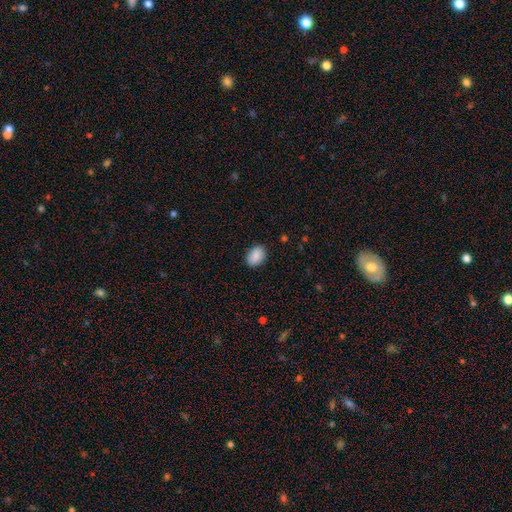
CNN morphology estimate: This appears to be a smooth galaxy with no disk features (88%) that is in between round and cigar-shaped (79%). Merging: none (86%).